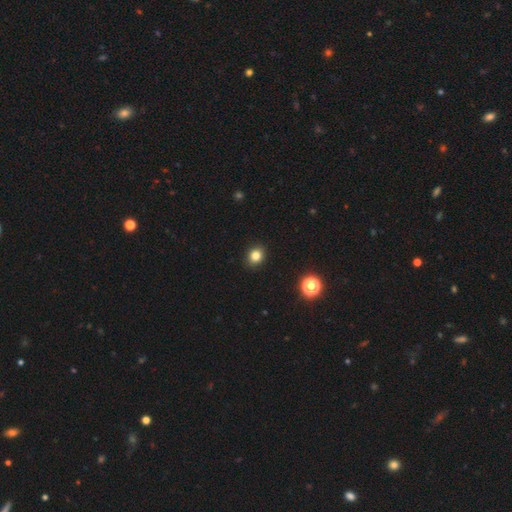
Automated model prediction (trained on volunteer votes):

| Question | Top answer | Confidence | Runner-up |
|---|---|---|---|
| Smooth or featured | smooth | 82% | star or artifact (13%) |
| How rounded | round | 64% | in between (35%) |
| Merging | none | 91% | minor disturbance (6%) |